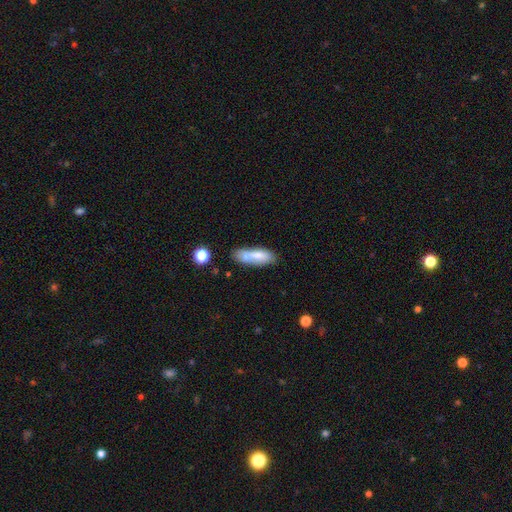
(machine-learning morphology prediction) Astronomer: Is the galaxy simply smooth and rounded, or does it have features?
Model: smooth — 72%.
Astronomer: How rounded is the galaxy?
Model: in between — 55% (runner-up: cigar-shaped, 43%).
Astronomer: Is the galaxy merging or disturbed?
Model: none — 49%.